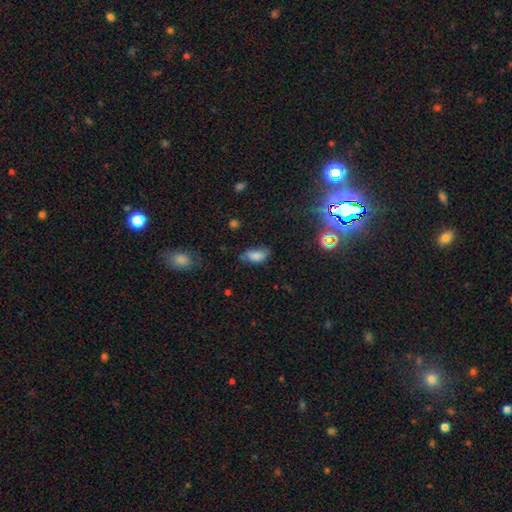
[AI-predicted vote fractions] This is likely a smooth galaxy (78%). How rounded: clearly in between (90%). Merging: possibly none (56%).